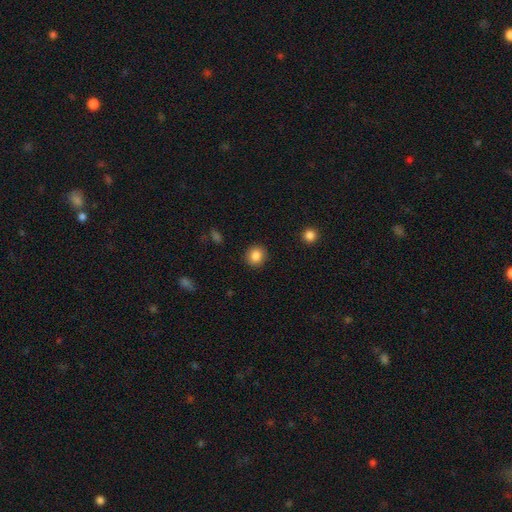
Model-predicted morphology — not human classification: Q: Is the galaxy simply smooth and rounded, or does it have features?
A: smooth — 85%.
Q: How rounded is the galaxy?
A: round — 87%.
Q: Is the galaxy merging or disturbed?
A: none — 91%.